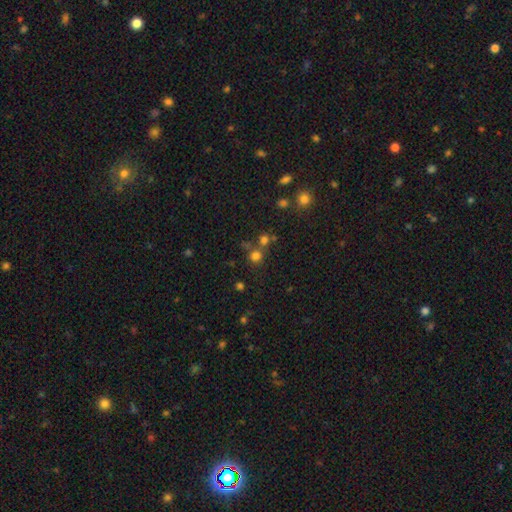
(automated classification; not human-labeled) smooth-or-featured: smooth: 70% | star or artifact: 23% | featured or disk: 7%
  how-rounded: round: 91% | in between: 8% | cigar-shaped: 1%
  merging: none: 65% | merger: 24% | minor disturbance: 7% | major disturbance: 4%